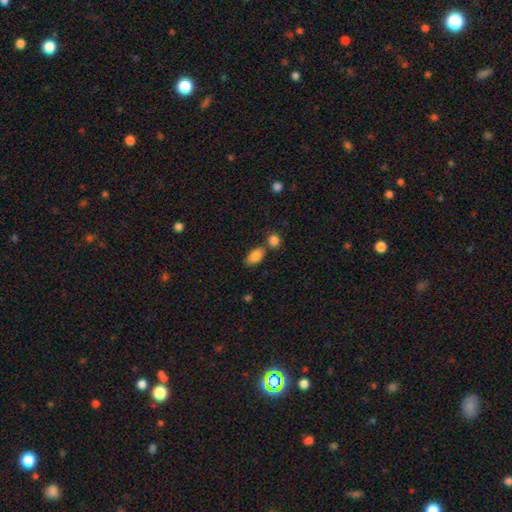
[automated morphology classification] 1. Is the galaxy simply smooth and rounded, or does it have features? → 85% smooth, 8% star or artifact, 7% featured or disk.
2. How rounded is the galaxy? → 90% in between, 7% round, 3% cigar-shaped.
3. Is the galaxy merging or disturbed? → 58% none, 25% merger, 13% minor disturbance, 4% major disturbance.